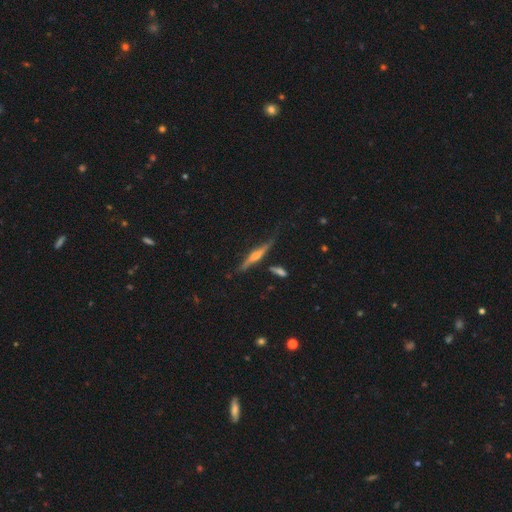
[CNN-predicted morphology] smooth-or-featured: featured or disk: 70% | smooth: 23% | star or artifact: 7%
  disk-edge-on: yes: 95% | no: 5%
    edge-on-bulge: rounded: 82% | boxy: 9% | none: 9%
  merging: none: 74% | minor disturbance: 17% | merger: 5% | major disturbance: 5%